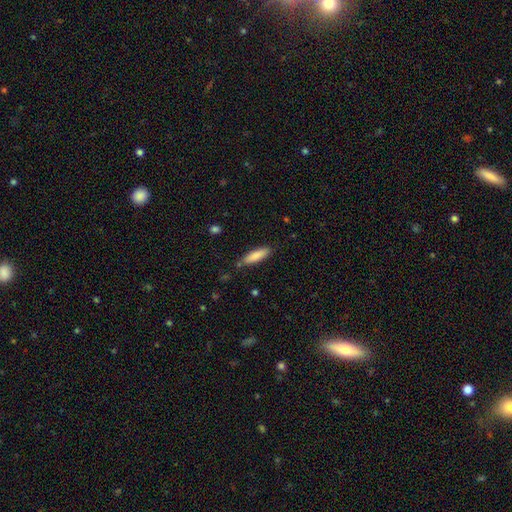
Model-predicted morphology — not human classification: This appears to be a smooth galaxy with no disk features (84%) that is cigar-shaped (67%). Merging: none (83%).